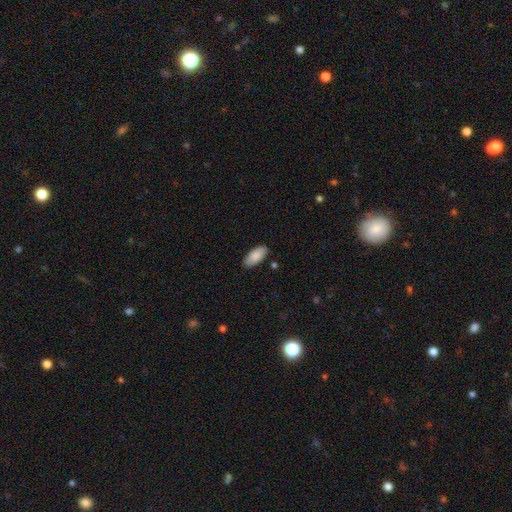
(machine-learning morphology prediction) Q: Smooth or featured?
A: smooth (87%); runner-up: featured or disk (7%)
Q: How rounded?
A: in between (90%); runner-up: cigar-shaped (9%)
Q: Merging?
A: none (87%); runner-up: minor disturbance (10%)